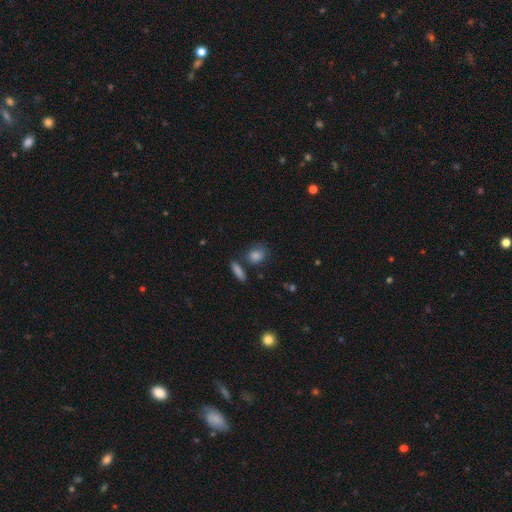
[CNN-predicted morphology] This appears to be a smooth galaxy with no disk features (78%) that is round (51%). Merging: none (70%).